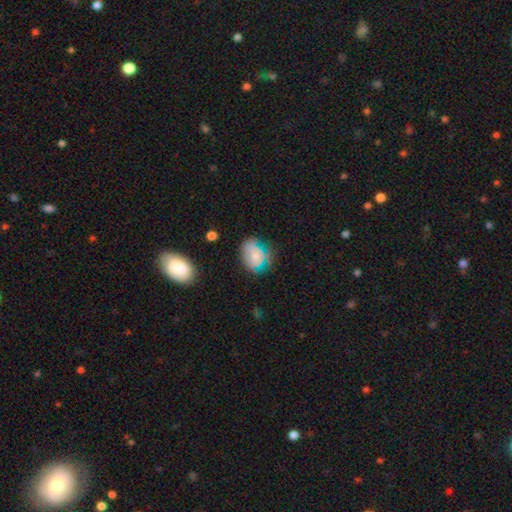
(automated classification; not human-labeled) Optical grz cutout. It shows a smooth galaxy with no disk features (64%) that is round (51%). Merging: none (58%).